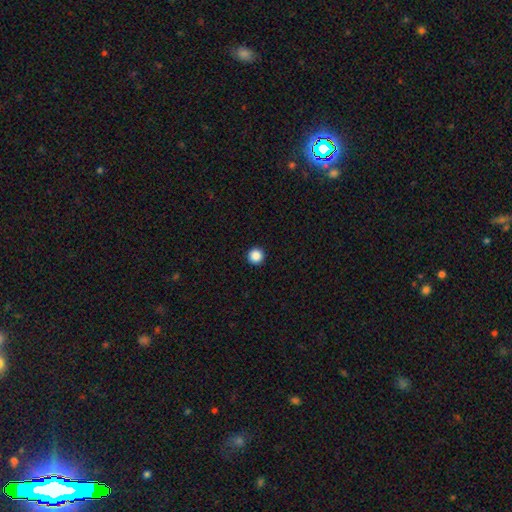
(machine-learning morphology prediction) A smooth galaxy with no disk features (87%) that is round (97%).

Vote fractions:
- Smooth or featured? smooth: 87% / star or artifact: 10% / featured or disk: 3%
- How rounded? round: 97% / in between: 2% / cigar-shaped: 1%
- Merging? none: 94% / minor disturbance: 4% / major disturbance: 1% / merger: 1%